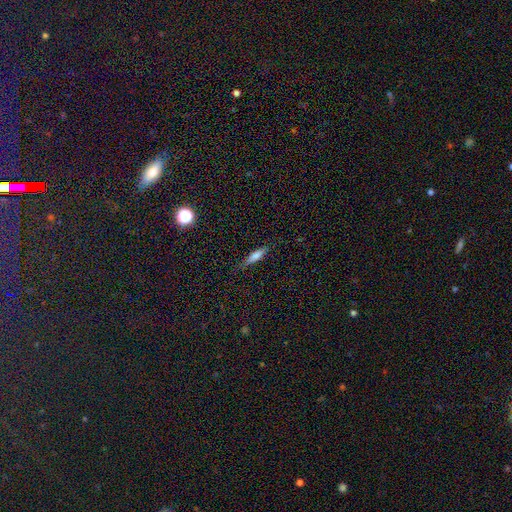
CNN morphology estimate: Q: Smooth or featured?
A: smooth (70%); runner-up: featured or disk (20%)
Q: How rounded?
A: cigar-shaped (70%); runner-up: in between (28%)
Q: Merging?
A: none (77%); runner-up: minor disturbance (17%)